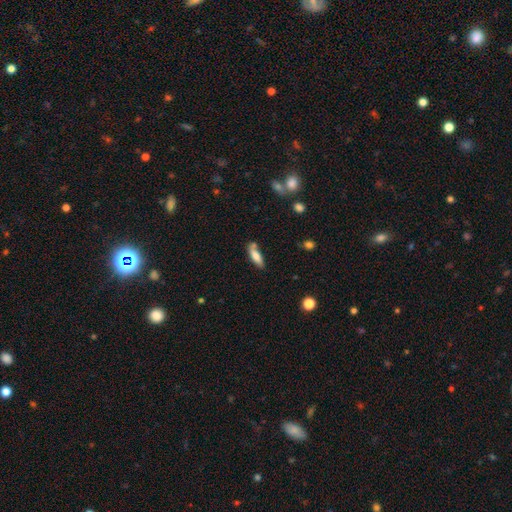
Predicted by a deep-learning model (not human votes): smooth 76%, featured or disk 17%, star or artifact 7%. Down the decision tree: how rounded — cigar-shaped (49%, tied with in between); merging — none (64%).